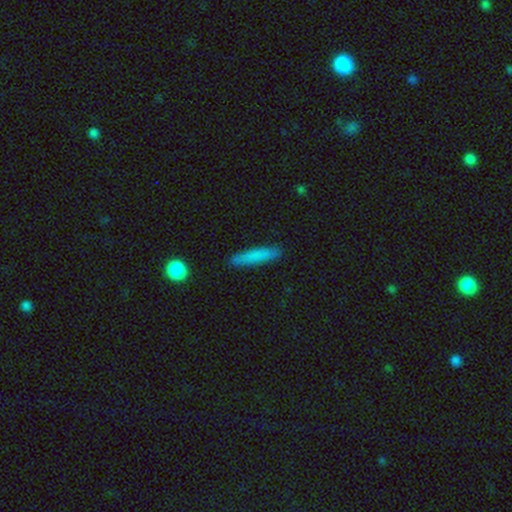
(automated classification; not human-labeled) Smooth or featured: smooth — 80% (featured or disk — 13%)
How rounded: cigar-shaped — 88% (in between — 10%)
Merging: none — 86% (minor disturbance — 11%)